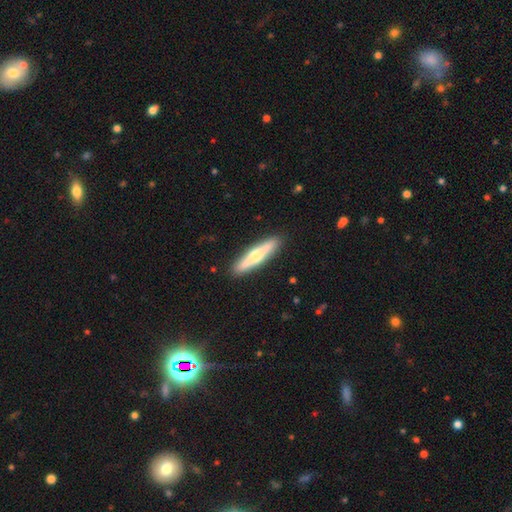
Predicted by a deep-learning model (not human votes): A featured or disk galaxy (51%) viewed edge-on (92%). Merging: none (90%).